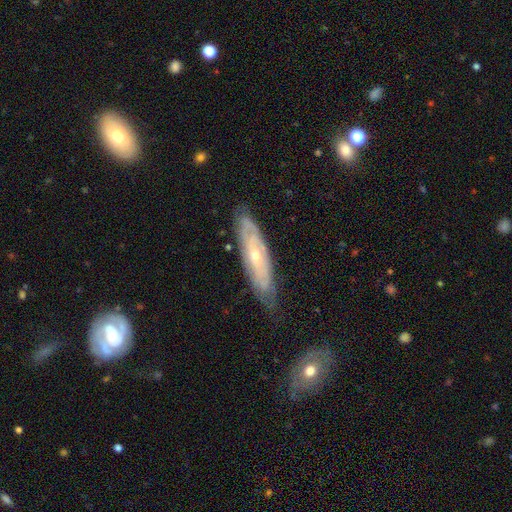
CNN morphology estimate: A featured or disk galaxy (74%) with no bar (68%), spiral arms (80%) and a small central bulge (61%).

Vote fractions:
- Smooth or featured? featured or disk: 74% / smooth: 20% / star or artifact: 6%
- Edge-on disk? no: 71% / yes: 29%
- Bar? no: 68% / weak: 25% / strong: 7%
- Spiral arms? yes: 80% / no: 20%
- Bulge size? small: 61% / moderate: 36% / large: 1% / none: 1% / dominant: 1%
- Merging? none: 70% / minor disturbance: 23% / major disturbance: 5% / merger: 2%